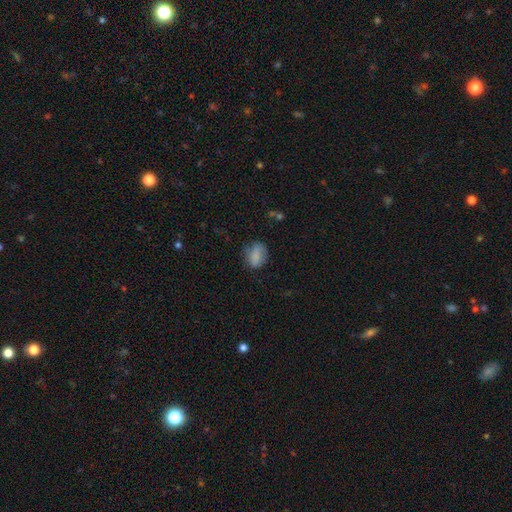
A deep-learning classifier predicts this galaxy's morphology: Smooth or featured? Predicted: smooth (p=0.80). How rounded? Predicted: in between (p=0.66). Merging? Predicted: none (p=0.66).